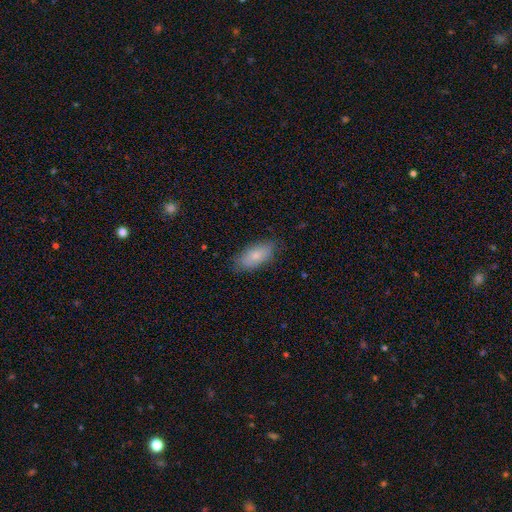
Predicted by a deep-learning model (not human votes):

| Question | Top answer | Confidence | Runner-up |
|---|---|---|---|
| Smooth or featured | smooth | 78% | featured or disk (15%) |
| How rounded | in between | 88% | cigar-shaped (10%) |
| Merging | none | 81% | minor disturbance (15%) |